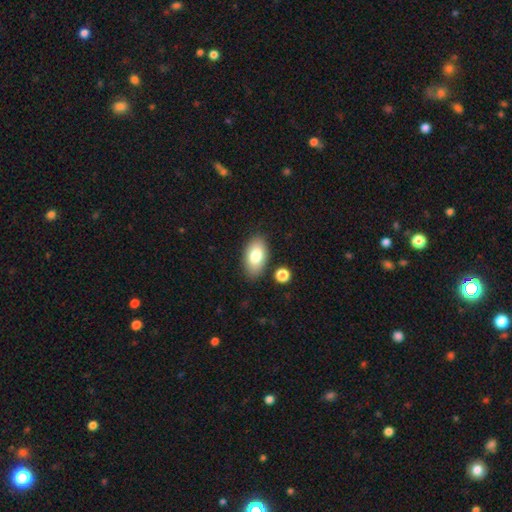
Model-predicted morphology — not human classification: type=smooth (80%); roundness=in between (94%); merging=none (83%).